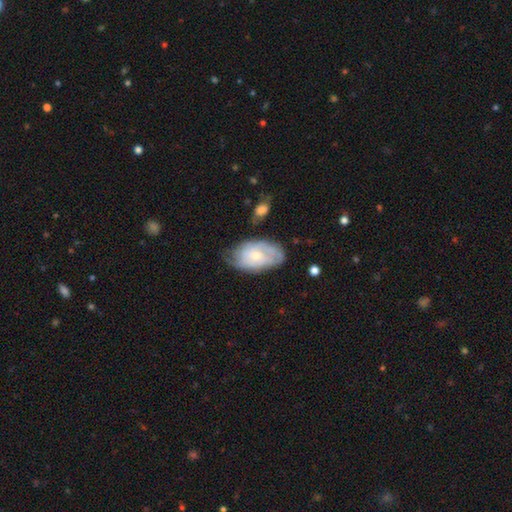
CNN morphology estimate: featured or disk 65%, smooth 29%, star or artifact 6%. Down the decision tree: edge-on disk — no (95%); bar — no (71%); spiral arms — yes (82%); bulge size — small (54%); merging — none (61%).